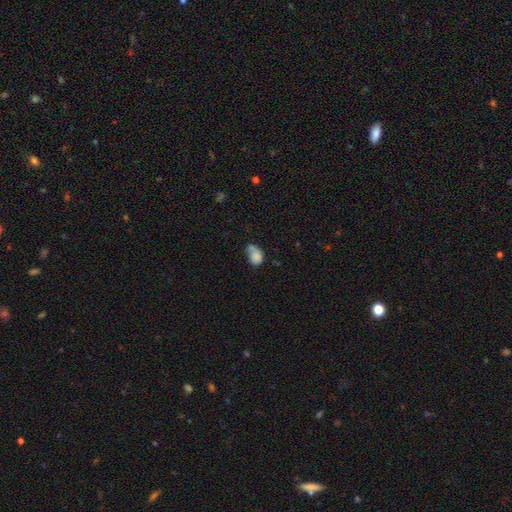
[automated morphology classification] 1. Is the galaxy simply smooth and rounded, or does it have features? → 78% smooth, 12% featured or disk, 9% star or artifact.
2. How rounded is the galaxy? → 67% in between, 31% round, 1% cigar-shaped.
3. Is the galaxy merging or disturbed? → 33% none, 28% minor disturbance, 22% merger, 17% major disturbance.